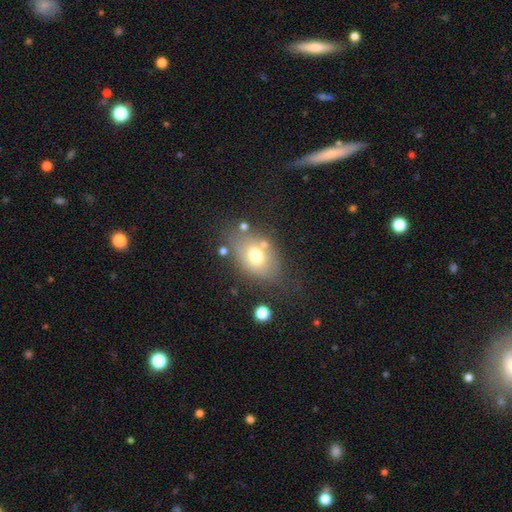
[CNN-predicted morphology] A smooth galaxy with no disk features (65%) that is in between round and cigar-shaped (79%).

Vote fractions:
- Smooth or featured? smooth: 65% / featured or disk: 24% / star or artifact: 11%
- How rounded? in between: 79% / round: 20% / cigar-shaped: 2%
- Merging? none: 63% / minor disturbance: 19% / merger: 10% / major disturbance: 9%